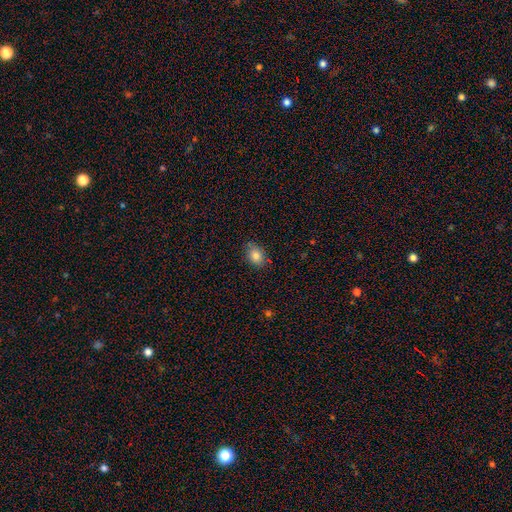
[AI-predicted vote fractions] smooth-or-featured: smooth: 83% | star or artifact: 10% | featured or disk: 7%
  how-rounded: in between: 63% | round: 36% | cigar-shaped: 1%
  merging: none: 79% | minor disturbance: 16% | major disturbance: 3% | merger: 2%